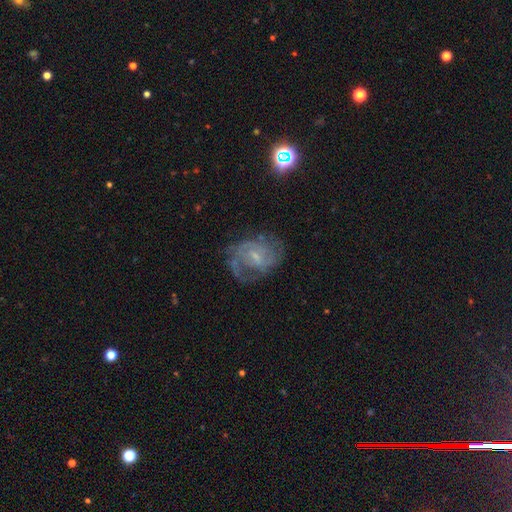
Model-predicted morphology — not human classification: This is likely a featured or disk galaxy (78%). It is clearly not viewed edge-on (97%). Bar: possibly weak (55%). Spiral arm pattern: clearly yes (89%). Spiral arm count: marginally 2 (40%). Spiral winding: marginally medium (45%). Central bulge: likely small (66%). Merging: possibly none (58%).